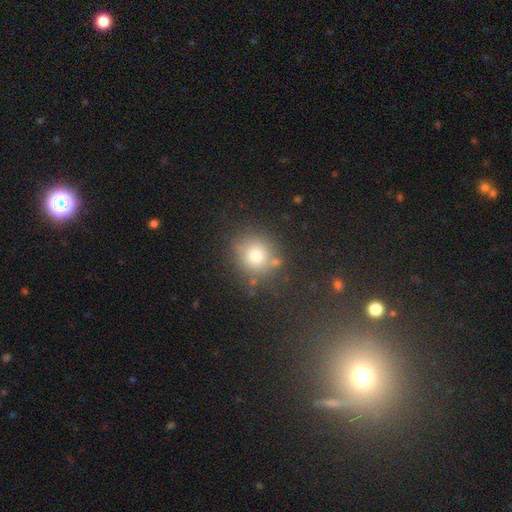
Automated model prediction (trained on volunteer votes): Smooth or featured? Predicted: smooth (p=0.75). How rounded? Predicted: round (p=0.85). Merging? Predicted: none (p=0.76).